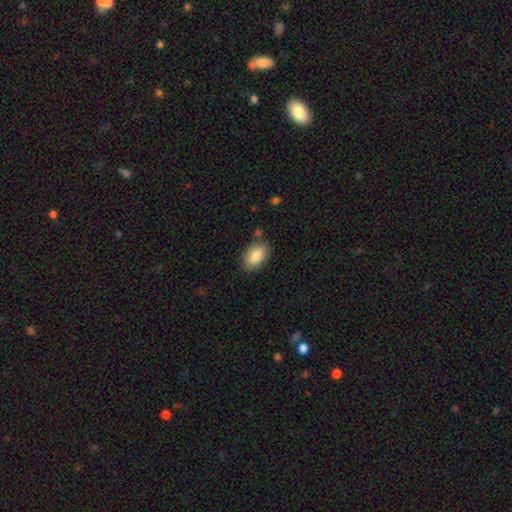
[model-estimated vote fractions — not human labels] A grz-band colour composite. It shows a smooth galaxy with no disk features (87%) that is in between round and cigar-shaped (92%). Merging: none (84%).